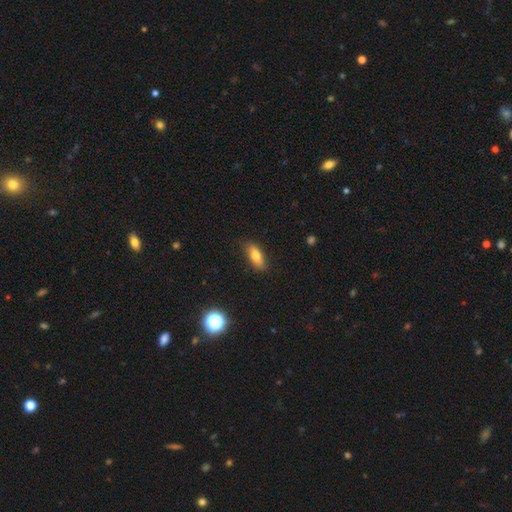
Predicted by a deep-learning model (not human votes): smooth-or-featured: smooth: 77% | featured or disk: 14% | star or artifact: 8%
  how-rounded: in between: 75% | cigar-shaped: 22% | round: 3%
  merging: none: 83% | minor disturbance: 13% | major disturbance: 3% | merger: 1%